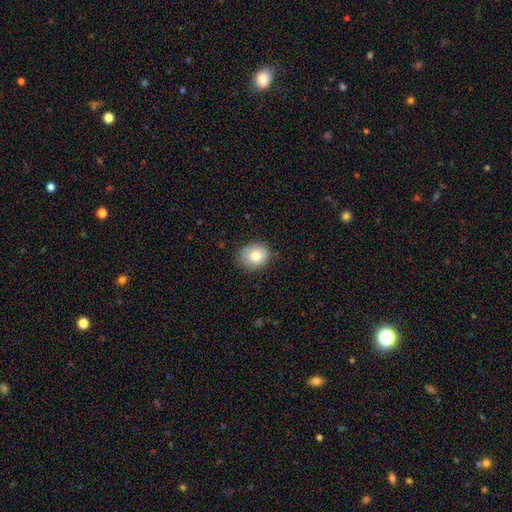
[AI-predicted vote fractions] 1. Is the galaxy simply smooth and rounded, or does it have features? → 76% smooth, 15% featured or disk, 9% star or artifact.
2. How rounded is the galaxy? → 60% round, 39% in between, 1% cigar-shaped.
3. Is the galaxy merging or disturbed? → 77% none, 18% minor disturbance, 4% major disturbance, 1% merger.